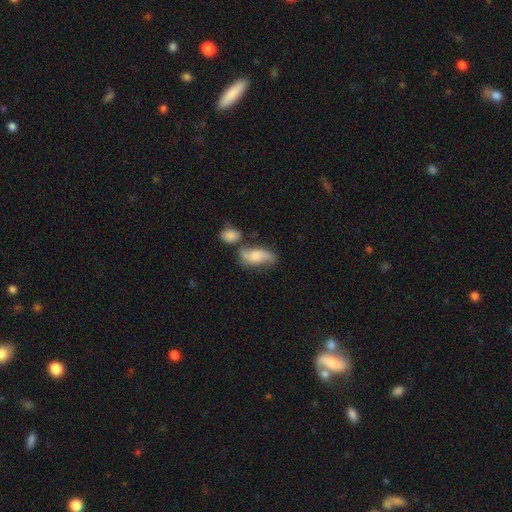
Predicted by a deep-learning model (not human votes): This appears to be a smooth galaxy with no disk features (46%, tied with featured or disk). Merging: none (44%).